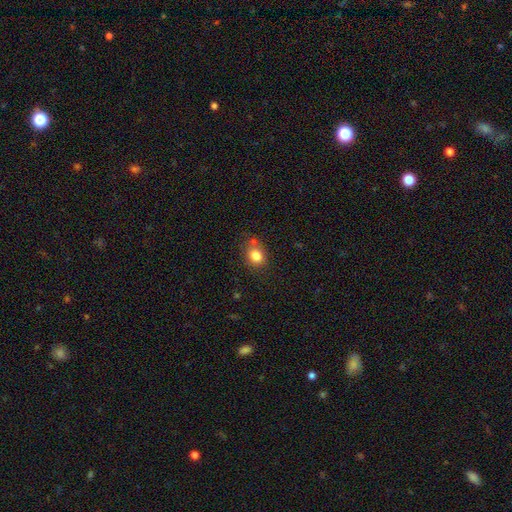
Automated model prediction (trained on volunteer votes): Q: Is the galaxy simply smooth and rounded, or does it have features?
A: smooth — 82%.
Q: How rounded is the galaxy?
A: in between — 59%.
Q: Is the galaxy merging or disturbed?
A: none — 66%.